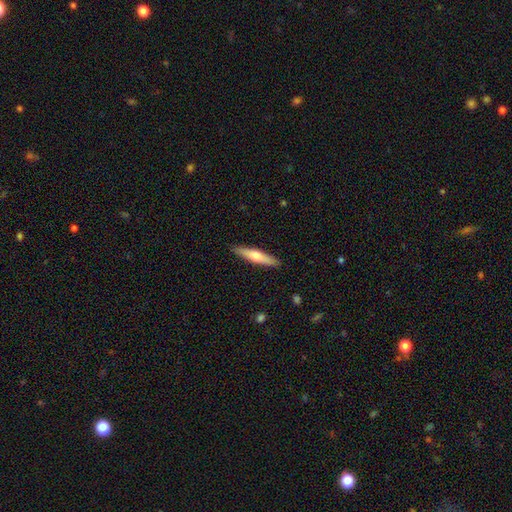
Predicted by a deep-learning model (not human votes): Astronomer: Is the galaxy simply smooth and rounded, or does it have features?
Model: smooth — 51% (runner-up: featured or disk, 43%).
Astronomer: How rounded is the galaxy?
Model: cigar-shaped — 86%.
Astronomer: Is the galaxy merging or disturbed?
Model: none — 90%.